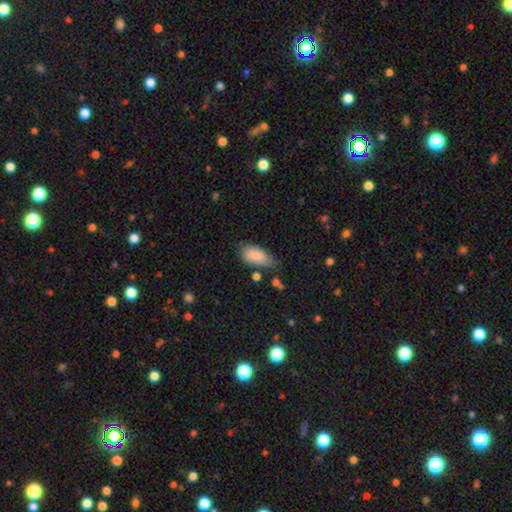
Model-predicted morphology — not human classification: type=smooth (85%); roundness=in between (91%); merging=none (51%).